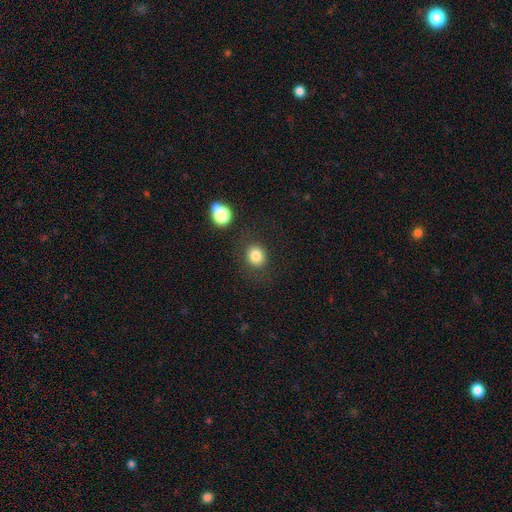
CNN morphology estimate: A smooth galaxy with no disk features (82%) that is round (78%). Merging: none (82%).